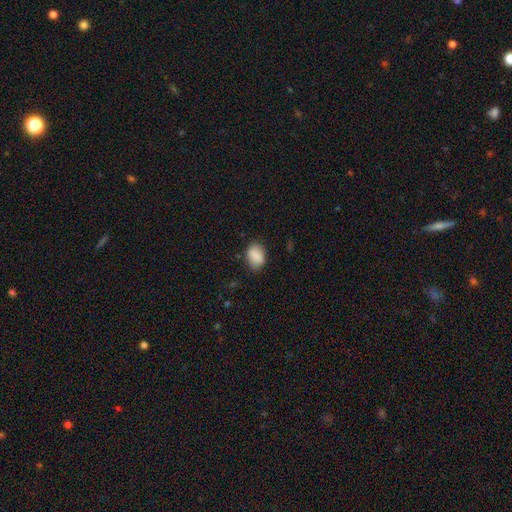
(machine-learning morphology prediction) smooth-or-featured: smooth: 87% | star or artifact: 8% | featured or disk: 5%
  how-rounded: in between: 77% | round: 22% | cigar-shaped: 1%
  merging: none: 76% | minor disturbance: 18% | major disturbance: 4% | merger: 1%